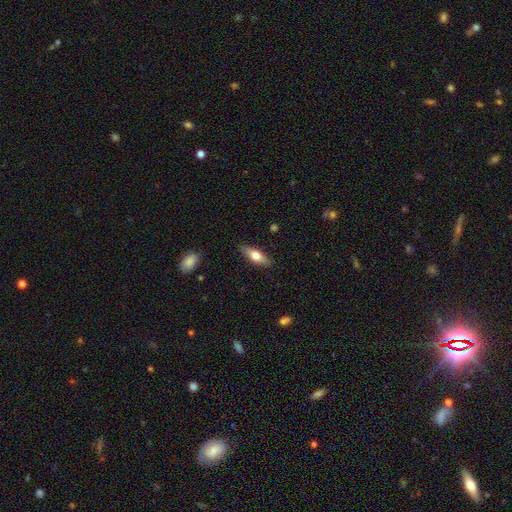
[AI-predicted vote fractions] smooth_or_featured: smooth (p=0.62) [alt: featured or disk p=0.31]
how_rounded: in between (p=0.57) [alt: cigar-shaped p=0.41]
merging: none (p=0.86) [alt: minor disturbance p=0.10]